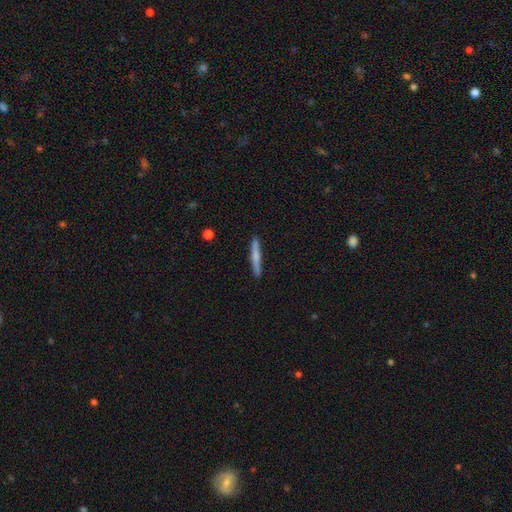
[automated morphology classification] smooth_or_featured: smooth (p=0.63) [alt: featured or disk p=0.32]
how_rounded: cigar-shaped (p=0.95) [alt: in between p=0.04]
merging: none (p=0.90) [alt: minor disturbance p=0.07]